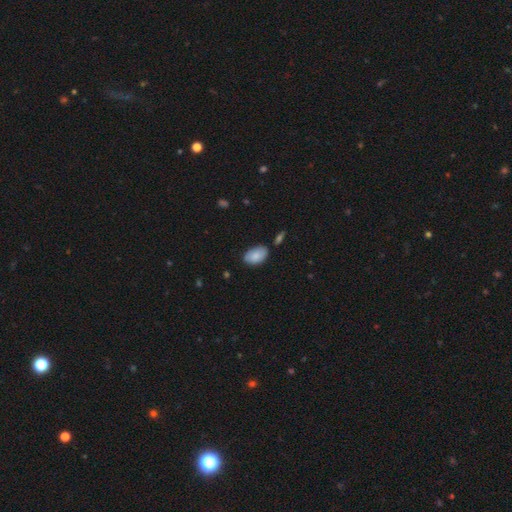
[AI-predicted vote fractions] A smooth galaxy with no disk features (85%) that is in between round and cigar-shaped (93%).

Vote fractions:
- Smooth or featured? smooth: 85% / featured or disk: 9% / star or artifact: 6%
- How rounded? in between: 93% / round: 6% / cigar-shaped: 1%
- Merging? none: 73% / minor disturbance: 19% / merger: 4% / major disturbance: 3%